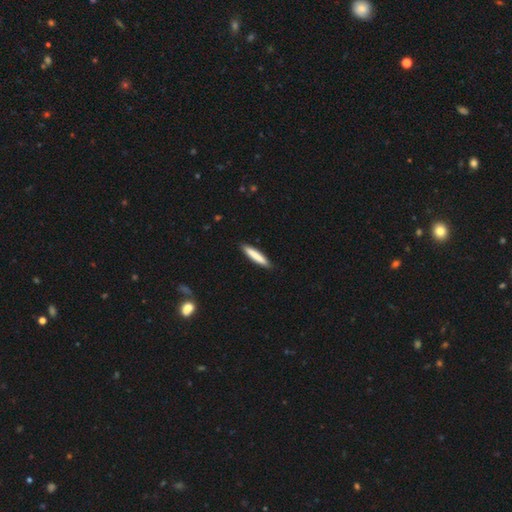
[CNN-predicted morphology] smooth 80%, featured or disk 14%, star or artifact 5%. Down the decision tree: how rounded — cigar-shaped (91%); merging — none (90%).